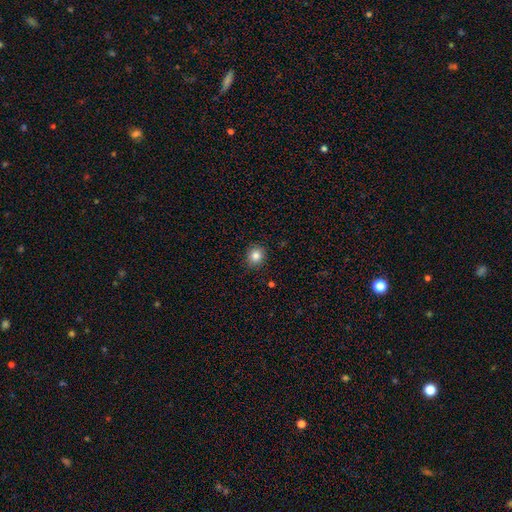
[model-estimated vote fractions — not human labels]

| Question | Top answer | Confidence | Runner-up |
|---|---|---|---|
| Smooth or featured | smooth | 83% | star or artifact (11%) |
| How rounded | round | 82% | in between (17%) |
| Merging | none | 89% | minor disturbance (8%) |